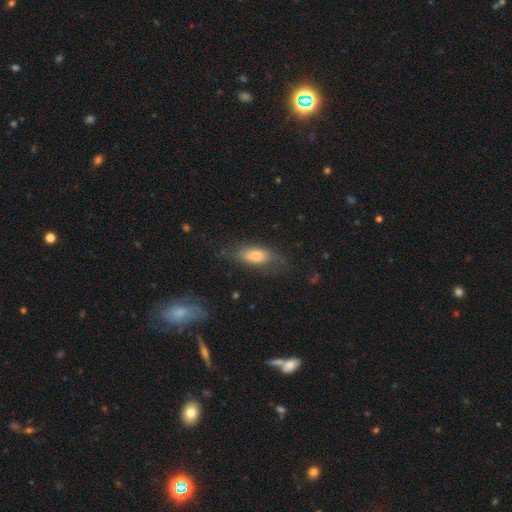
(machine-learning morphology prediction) This appears to be a smooth galaxy with no disk features (72%) that is in between round and cigar-shaped (78%). Merging: none (62%).